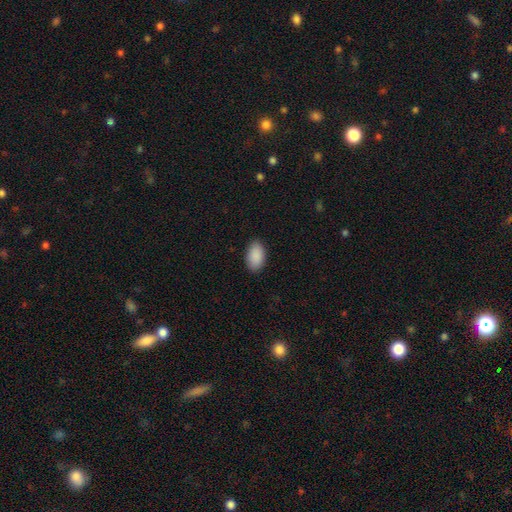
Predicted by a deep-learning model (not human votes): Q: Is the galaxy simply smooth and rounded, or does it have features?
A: smooth — 91%.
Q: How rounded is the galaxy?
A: in between — 94%.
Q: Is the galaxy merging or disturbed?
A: none — 88%.